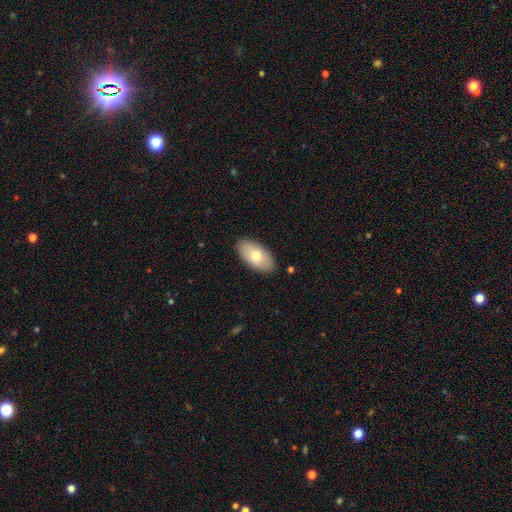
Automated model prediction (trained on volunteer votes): Smooth or featured?
  - smooth: 72% *
  - featured or disk: 22%
  - star or artifact: 6%
How rounded?
  - in between: 95% *
  - round: 3%
  - cigar-shaped: 2%
Merging?
  - none: 88% *
  - minor disturbance: 9%
  - major disturbance: 2%
  - merger: 1%